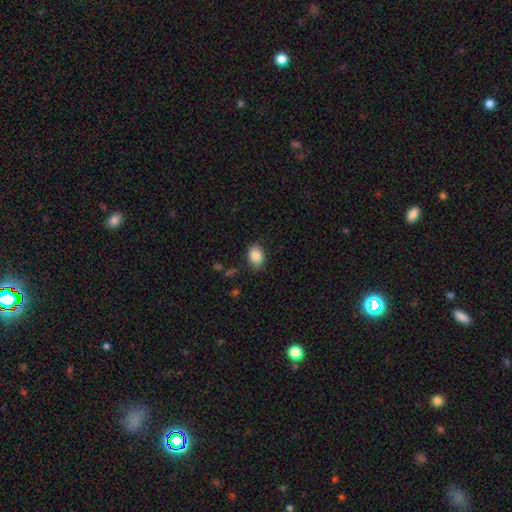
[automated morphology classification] Smooth or featured? Predicted: smooth (p=0.86). How rounded? Predicted: in between (p=0.79). Merging? Predicted: none (p=0.83).